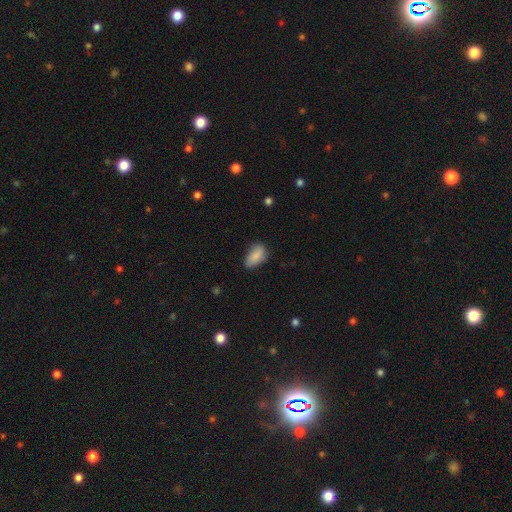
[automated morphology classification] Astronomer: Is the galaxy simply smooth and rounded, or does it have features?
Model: smooth — 85%.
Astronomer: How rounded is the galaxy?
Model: in between — 91%.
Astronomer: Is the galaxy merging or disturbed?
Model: none — 65%.